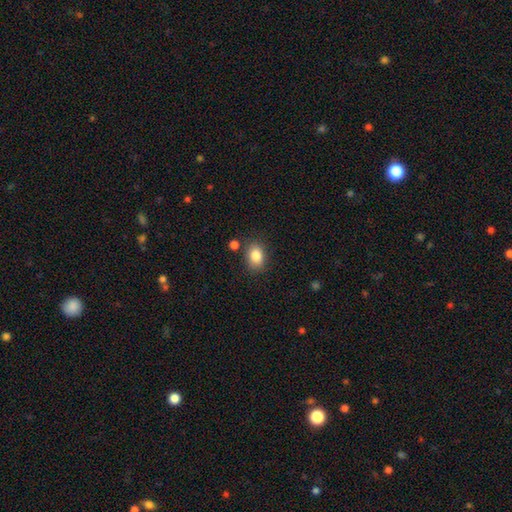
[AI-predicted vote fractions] Q: Smooth or featured?
A: smooth (84%); runner-up: star or artifact (9%)
Q: How rounded?
A: in between (70%); runner-up: round (29%)
Q: Merging?
A: none (80%); runner-up: minor disturbance (11%)